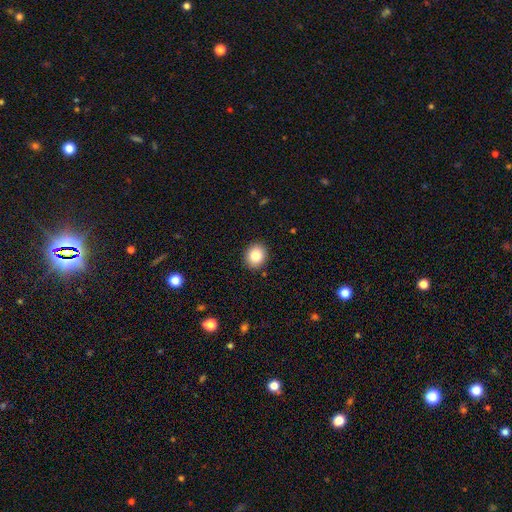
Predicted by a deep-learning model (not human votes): smooth 83%, star or artifact 10%, featured or disk 7%. Down the decision tree: how rounded — round (76%); merging — none (90%).